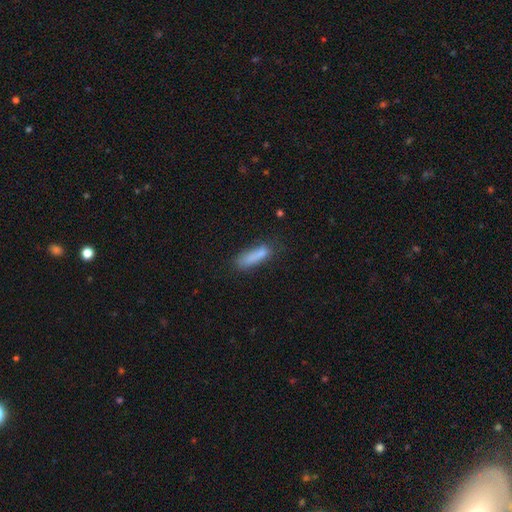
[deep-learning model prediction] smooth-or-featured: smooth: 81% | featured or disk: 10% | star or artifact: 8%
  how-rounded: cigar-shaped: 64% | in between: 34% | round: 2%
  merging: none: 61% | minor disturbance: 25% | major disturbance: 10% | merger: 4%